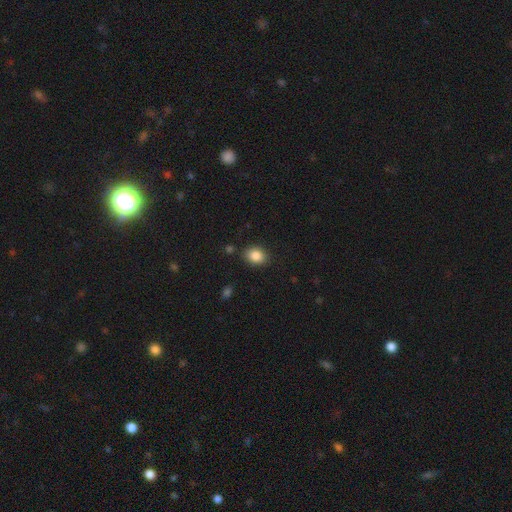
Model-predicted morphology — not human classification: Smooth or featured?
  - smooth: 86% *
  - star or artifact: 9%
  - featured or disk: 5%
How rounded?
  - in between: 54% *
  - round: 45%
  - cigar-shaped: 1%
Merging?
  - none: 84% *
  - minor disturbance: 11%
  - major disturbance: 3%
  - merger: 3%